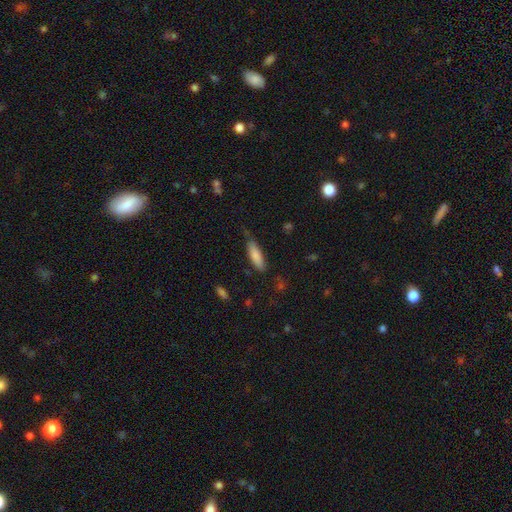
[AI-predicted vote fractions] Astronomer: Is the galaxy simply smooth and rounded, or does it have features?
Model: smooth — 81%.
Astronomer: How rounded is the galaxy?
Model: cigar-shaped — 54% (runner-up: in between, 44%).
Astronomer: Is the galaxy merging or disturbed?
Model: none — 63%.